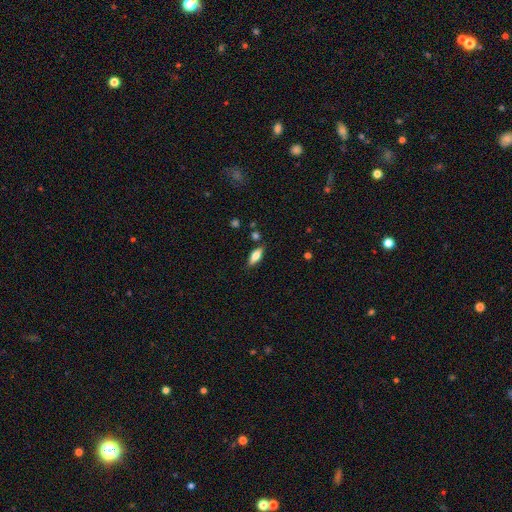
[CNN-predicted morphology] A smooth galaxy with no disk features (69%) that is in between round and cigar-shaped (72%). Merging: none (81%).